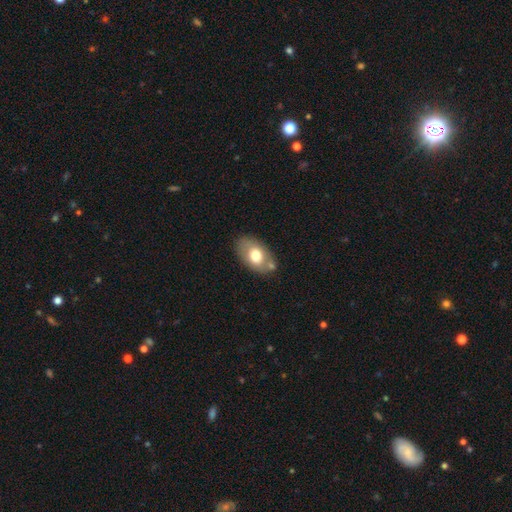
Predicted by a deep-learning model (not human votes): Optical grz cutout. It shows a smooth galaxy with no disk features (69%) that is in between round and cigar-shaped (87%). Merging: none (67%).